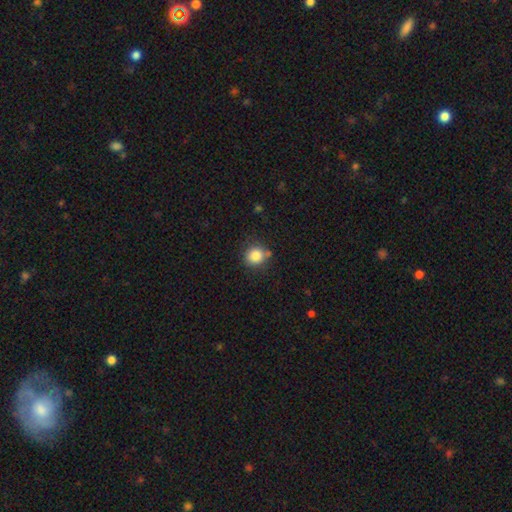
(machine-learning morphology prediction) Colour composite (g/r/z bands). It shows a smooth galaxy with no disk features (84%) that is round (87%). Merging: none (76%).